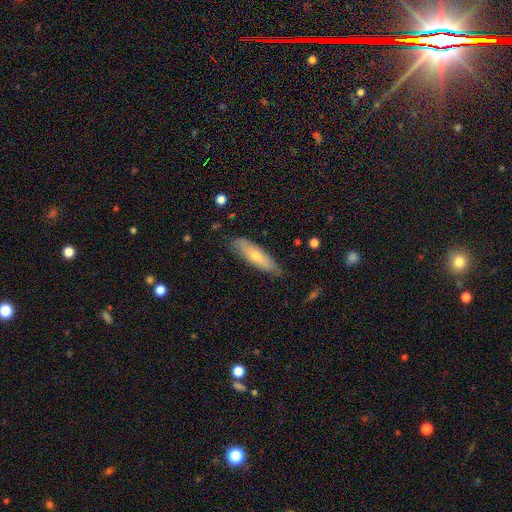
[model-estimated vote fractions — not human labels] Smooth or featured? Predicted: smooth (p=0.60). How rounded? Predicted: cigar-shaped (p=0.63). Merging? Predicted: none (p=0.82).